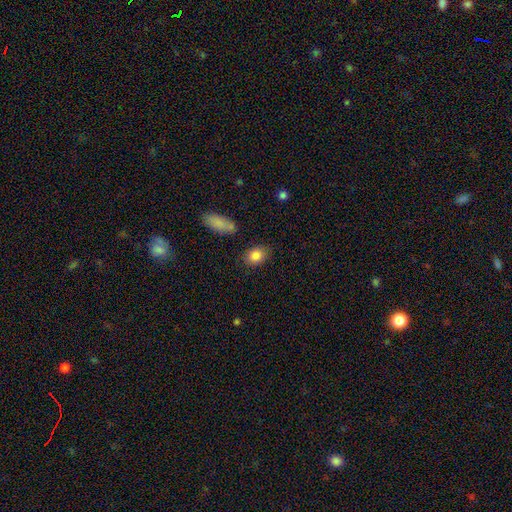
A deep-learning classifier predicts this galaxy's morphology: This appears to be a smooth galaxy with no disk features (86%) that is in between round and cigar-shaped (64%). Merging: none (82%).